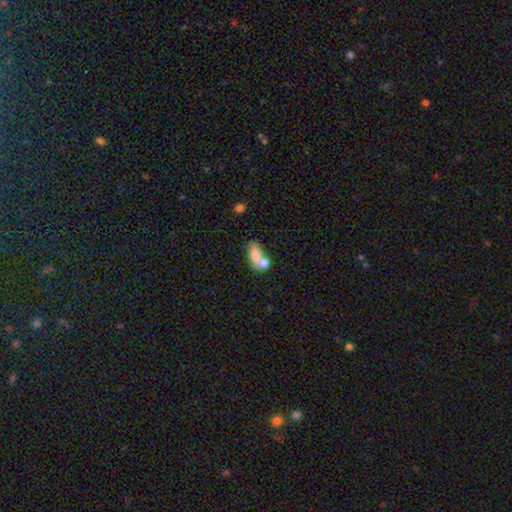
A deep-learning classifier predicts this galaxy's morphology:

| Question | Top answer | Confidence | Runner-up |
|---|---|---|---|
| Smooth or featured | smooth | 72% | featured or disk (20%) |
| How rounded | in between | 82% | round (15%) |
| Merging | merger | 55% | none (29%) |